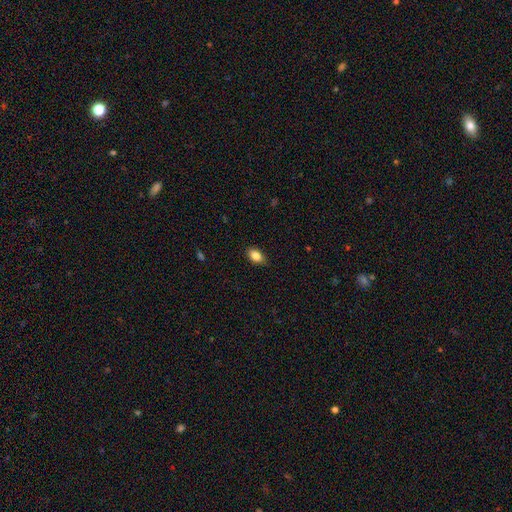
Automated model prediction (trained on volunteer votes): Overall: smooth (85%). How rounded: in between (87%). Merging: none (86%).